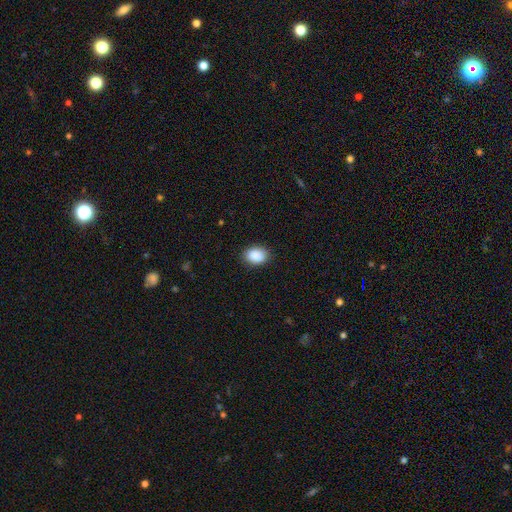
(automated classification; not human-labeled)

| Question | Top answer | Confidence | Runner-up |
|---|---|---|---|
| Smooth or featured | smooth | 90% | star or artifact (7%) |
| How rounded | in between | 71% | round (28%) |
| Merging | none | 87% | minor disturbance (10%) |